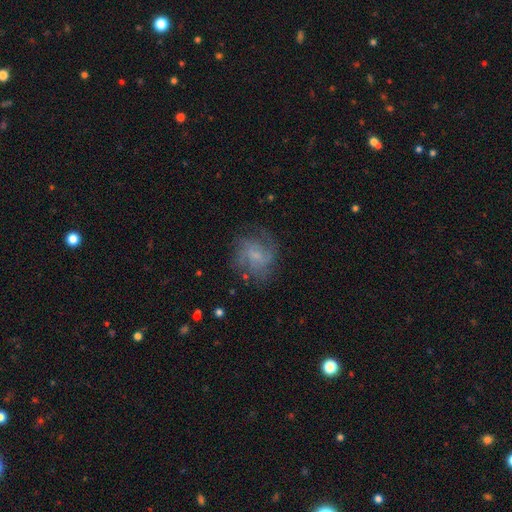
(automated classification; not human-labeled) smooth-or-featured: featured or disk: 64% | smooth: 26% | star or artifact: 10%
  disk-edge-on: no: 97% | yes: 3%
    bar: no: 54% | weak: 40% | strong: 6%
    has-spiral-arms: yes: 85% | no: 15%
      spiral-winding: medium: 45% | tight: 31% | loose: 24%
      spiral-arm-count: can't tell: 39% | 2: 22% | 3: 19% | 4: 10% | 1: 6% | more than 4: 5%
    bulge-size: small: 56% | moderate: 23% | none: 18% | large: 2% | dominant: 1%
  merging: none: 66% | minor disturbance: 19% | major disturbance: 14% | merger: 1%